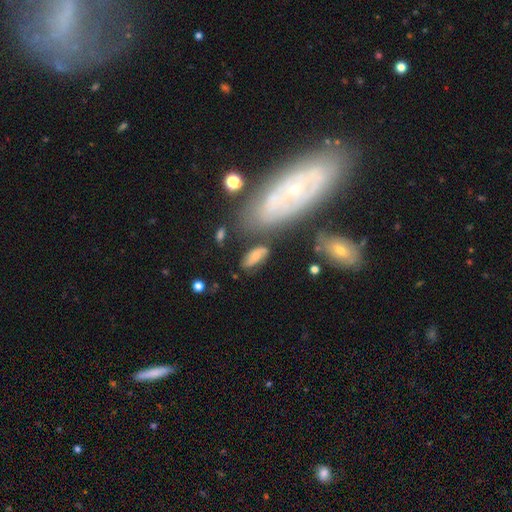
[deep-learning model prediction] This appears to be a smooth galaxy with no disk features (59%) that is in between round and cigar-shaped (84%). Merging: none (64%).